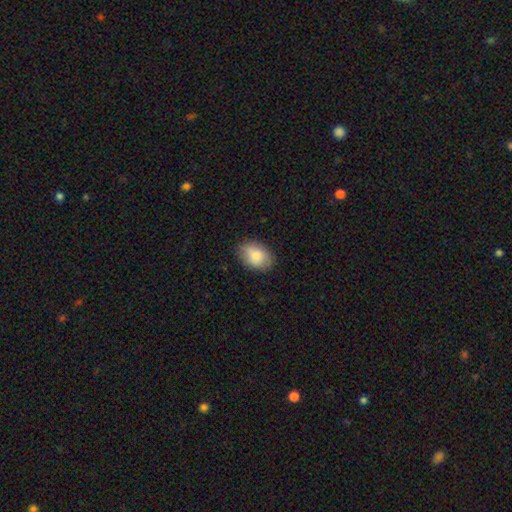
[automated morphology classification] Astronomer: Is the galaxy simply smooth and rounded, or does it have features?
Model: smooth — 83%.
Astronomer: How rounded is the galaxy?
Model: in between — 83%.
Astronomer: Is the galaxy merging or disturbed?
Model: none — 84%.